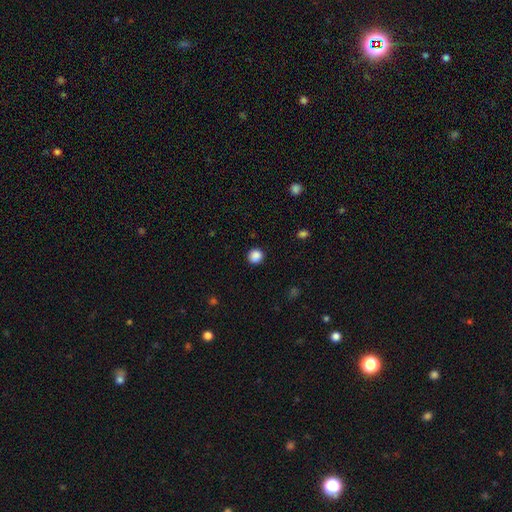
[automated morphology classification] The model was most divided on "smooth or featured": smooth: 87%, star or artifact: 10%, featured or disk: 2%. More confident: how rounded — round (91%); merging — none (90%).